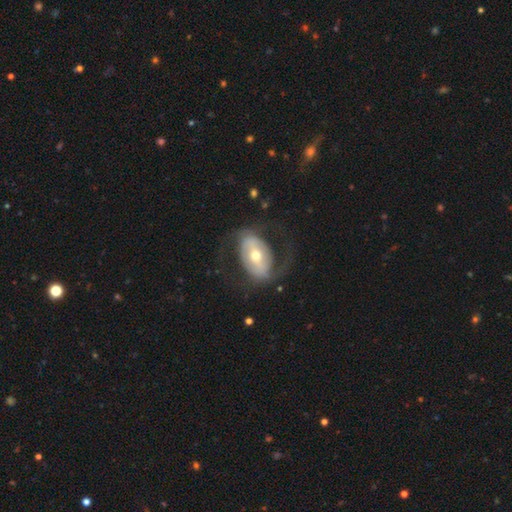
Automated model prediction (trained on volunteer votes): Smooth or featured? featured or disk (76%)
Edge-on disk? no (95%)
Bar? strong (44%)
Spiral arms? yes (76%)
Spiral winding? medium (44%)
Spiral arm count? 2 (81%)
Bulge size? moderate (61%)
Merging? none (63%)